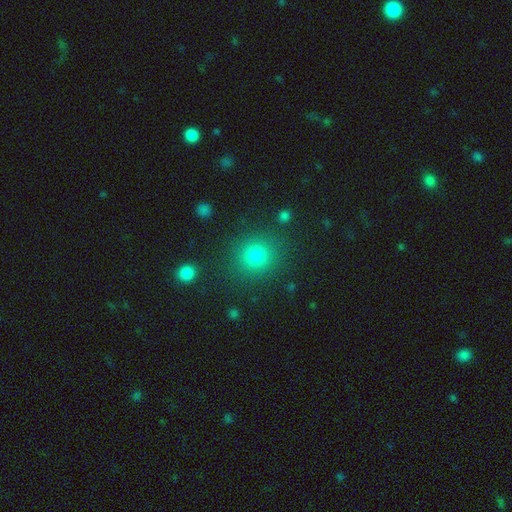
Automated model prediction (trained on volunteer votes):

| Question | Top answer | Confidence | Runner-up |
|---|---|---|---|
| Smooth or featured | smooth | 79% | star or artifact (15%) |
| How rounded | round | 88% | in between (11%) |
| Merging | none | 86% | minor disturbance (8%) |